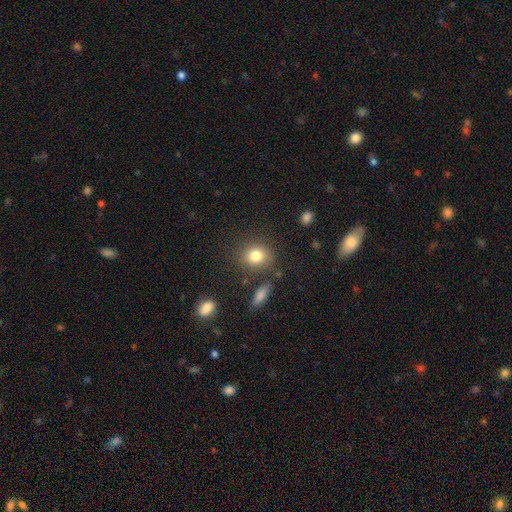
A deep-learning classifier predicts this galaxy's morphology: Smooth or featured?
  - smooth: 81% *
  - star or artifact: 11%
  - featured or disk: 8%
How rounded?
  - round: 69% *
  - in between: 30%
  - cigar-shaped: 1%
Merging?
  - none: 79% *
  - minor disturbance: 12%
  - merger: 5%
  - major disturbance: 4%